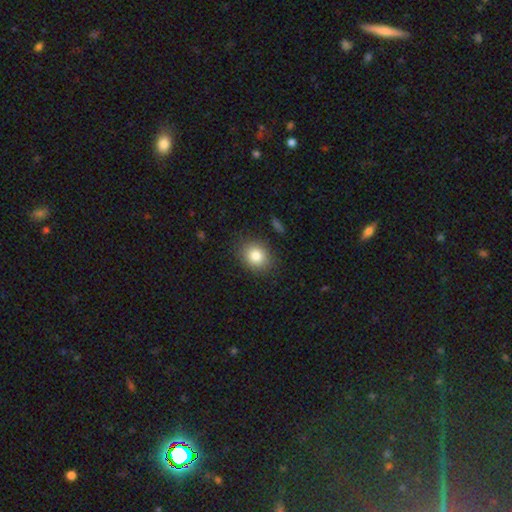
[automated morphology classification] Q: Smooth or featured?
A: smooth (82%); runner-up: star or artifact (10%)
Q: How rounded?
A: round (59%); runner-up: in between (40%)
Q: Merging?
A: none (86%); runner-up: minor disturbance (10%)